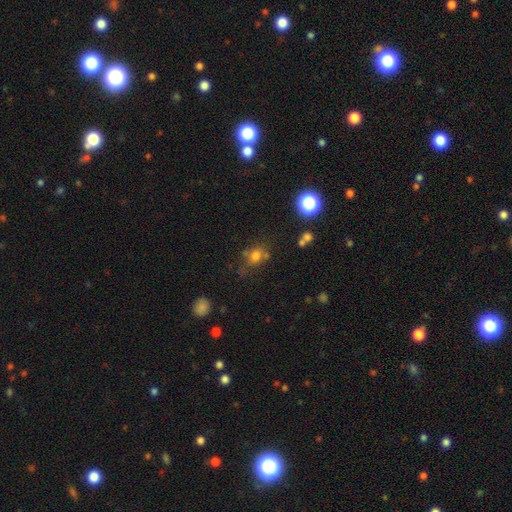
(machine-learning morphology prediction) Overall: smooth (69%). How rounded: round (61%; in between 37%). Merging: none (58%; minor disturbance 19%).